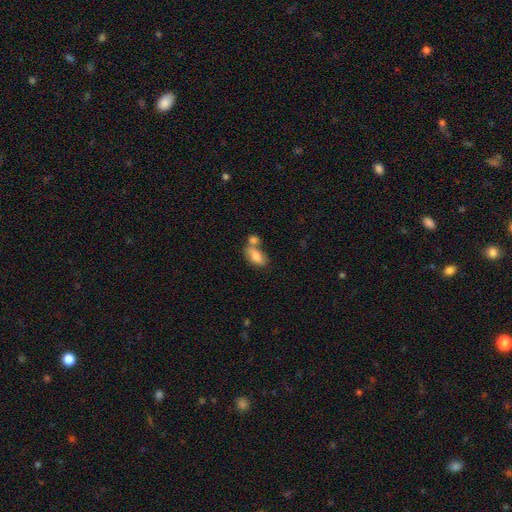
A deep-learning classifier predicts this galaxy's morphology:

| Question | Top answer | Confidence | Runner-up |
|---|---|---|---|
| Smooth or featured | smooth | 77% | featured or disk (16%) |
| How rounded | in between | 90% | round (6%) |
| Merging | merger | 44% | none (36%) |